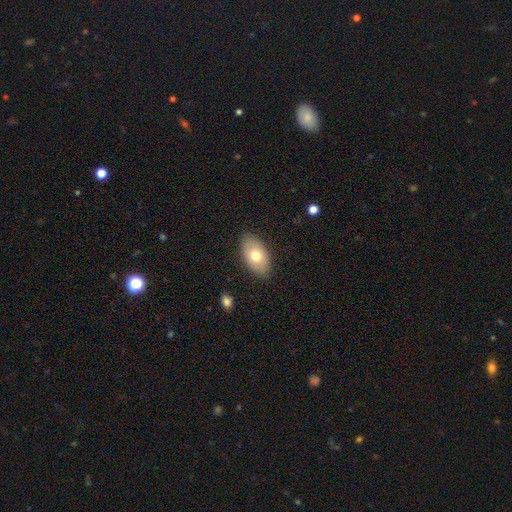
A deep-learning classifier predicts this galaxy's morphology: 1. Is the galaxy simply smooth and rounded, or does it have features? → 69% smooth, 24% featured or disk, 7% star or artifact.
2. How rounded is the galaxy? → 93% in between, 6% round, 1% cigar-shaped.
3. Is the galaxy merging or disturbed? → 85% none, 11% minor disturbance, 3% major disturbance, 1% merger.